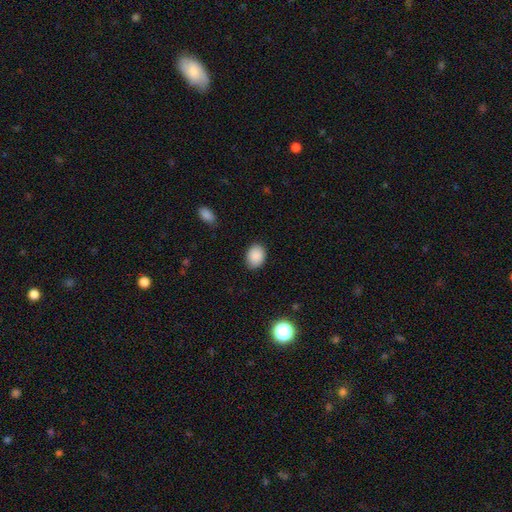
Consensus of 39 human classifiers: Smooth or featured? smooth (92%)
How rounded? round (50%, tied with in between)
Merging? none (75%)